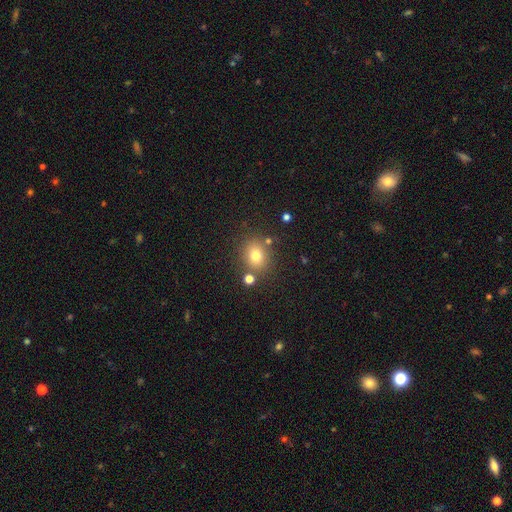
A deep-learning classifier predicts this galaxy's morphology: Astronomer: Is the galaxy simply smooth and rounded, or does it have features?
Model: smooth — 75%.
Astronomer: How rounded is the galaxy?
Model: round — 70%.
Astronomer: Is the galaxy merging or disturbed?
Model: none — 78%.